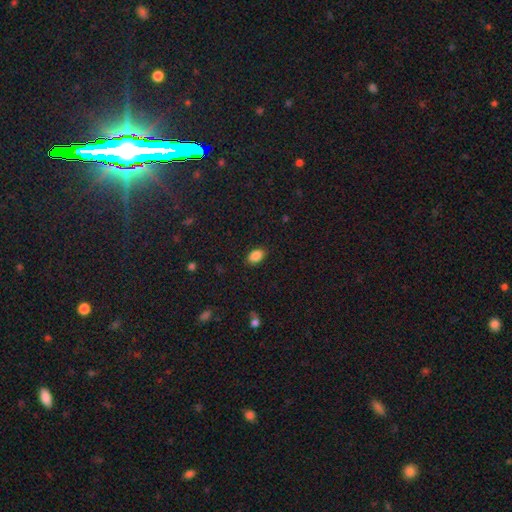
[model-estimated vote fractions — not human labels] Morphology: type=smooth (87%); roundness=in between (88%); merging=none (87%).